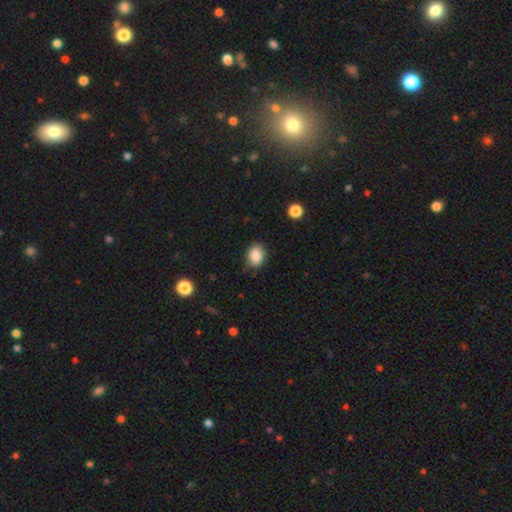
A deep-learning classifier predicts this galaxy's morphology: This is clearly a smooth galaxy (86%). How rounded: likely in between (67%). Merging: clearly none (84%).